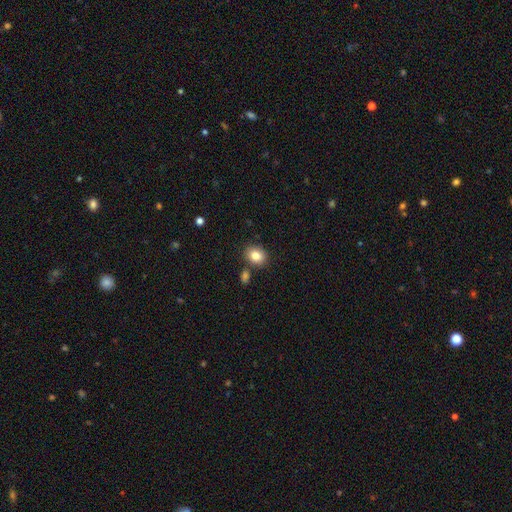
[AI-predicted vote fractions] Smooth or featured?
  - smooth: 83% *
  - star or artifact: 9%
  - featured or disk: 7%
How rounded?
  - round: 54% *
  - in between: 45%
  - cigar-shaped: 1%
Merging?
  - none: 78% *
  - minor disturbance: 10%
  - merger: 9%
  - major disturbance: 3%